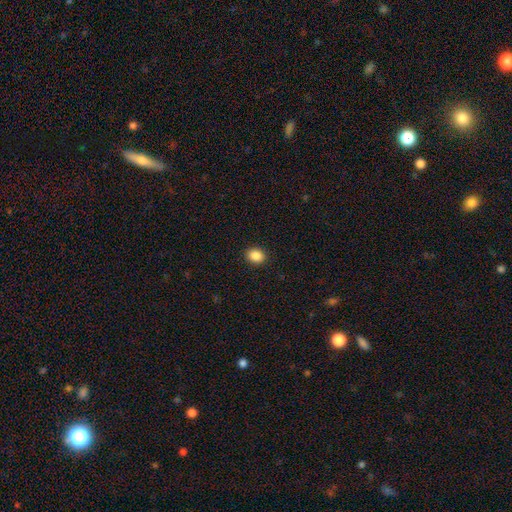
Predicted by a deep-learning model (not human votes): Smooth or featured: smooth — 88% (star or artifact — 9%)
How rounded: in between — 50% (round — 49%)
Merging: none — 91% (minor disturbance — 6%)